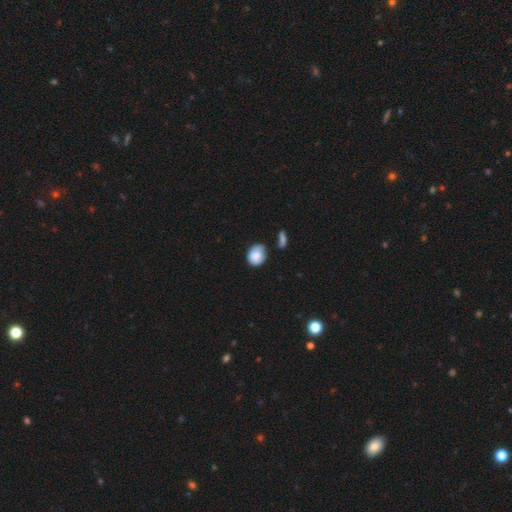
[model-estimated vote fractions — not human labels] smooth-or-featured: smooth: 84% | featured or disk: 9% | star or artifact: 7%
  how-rounded: round: 54% | in between: 45% | cigar-shaped: 1%
  merging: none: 52% | minor disturbance: 33% | merger: 8% | major disturbance: 7%